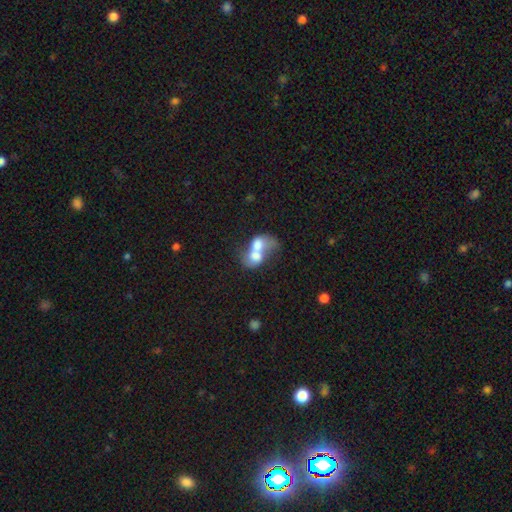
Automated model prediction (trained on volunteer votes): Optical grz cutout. It shows a smooth galaxy with no disk features (60%) that is in between round and cigar-shaped (63%). Merging: merger (83%).